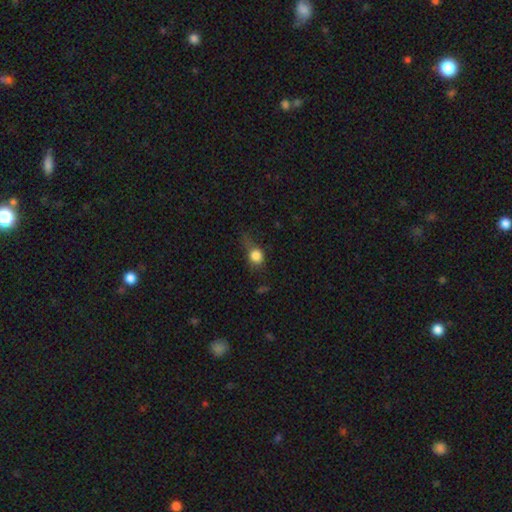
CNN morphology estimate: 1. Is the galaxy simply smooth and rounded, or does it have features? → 79% smooth, 11% star or artifact, 10% featured or disk.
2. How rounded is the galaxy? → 72% round, 26% in between, 2% cigar-shaped.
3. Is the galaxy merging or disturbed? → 41% none, 31% minor disturbance, 24% major disturbance, 4% merger.